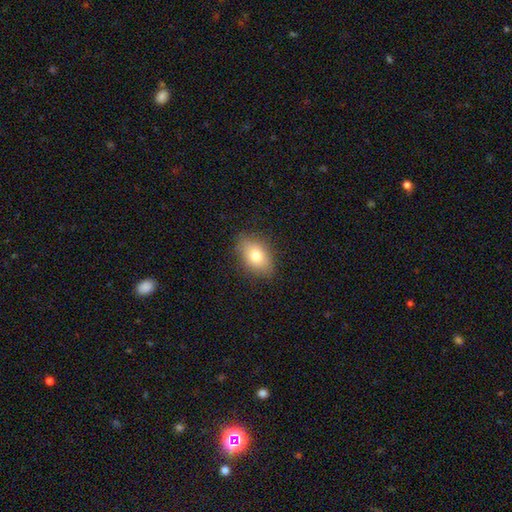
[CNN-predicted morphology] smooth_or_featured: smooth (p=0.77) [alt: featured or disk p=0.14]
how_rounded: in between (p=0.85) [alt: round p=0.13]
merging: none (p=0.84) [alt: minor disturbance p=0.13]